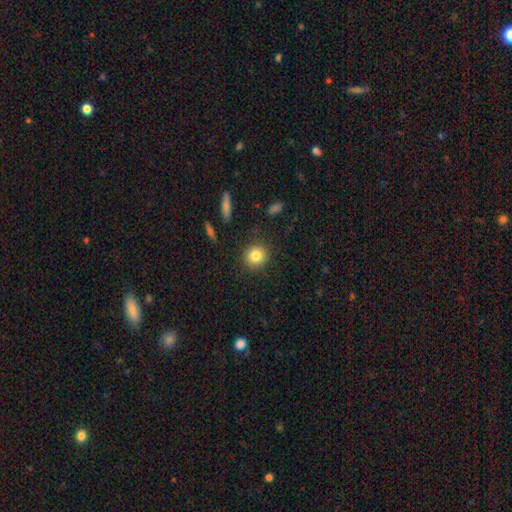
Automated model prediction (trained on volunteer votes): Smooth or featured?
  - smooth: 83% *
  - star or artifact: 10%
  - featured or disk: 7%
How rounded?
  - round: 86% *
  - in between: 13%
  - cigar-shaped: 1%
Merging?
  - none: 89% *
  - minor disturbance: 7%
  - major disturbance: 2%
  - merger: 1%